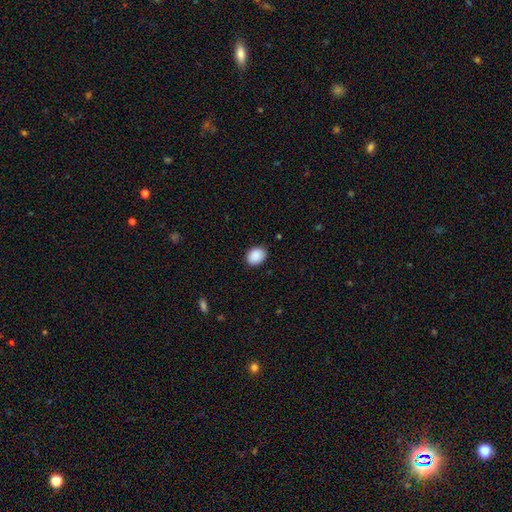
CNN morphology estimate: smooth_or_featured: smooth (p=0.90) [alt: star or artifact p=0.07]
how_rounded: in between (p=0.65) [alt: round p=0.34]
merging: none (p=0.87) [alt: minor disturbance p=0.10]